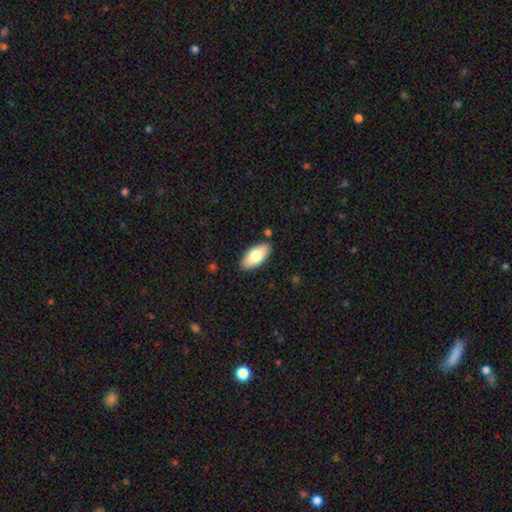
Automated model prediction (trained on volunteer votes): smooth_or_featured: smooth (p=0.77) [alt: featured or disk p=0.17]
how_rounded: in between (p=0.93) [alt: cigar-shaped p=0.05]
merging: none (p=0.86) [alt: minor disturbance p=0.09]